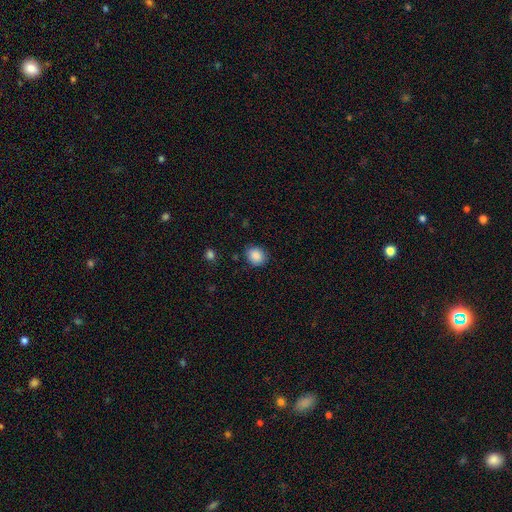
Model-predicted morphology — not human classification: smooth-or-featured: smooth: 88% | star or artifact: 9% | featured or disk: 3%
  how-rounded: round: 70% | in between: 29% | cigar-shaped: 1%
  merging: none: 84% | minor disturbance: 12% | major disturbance: 3% | merger: 2%